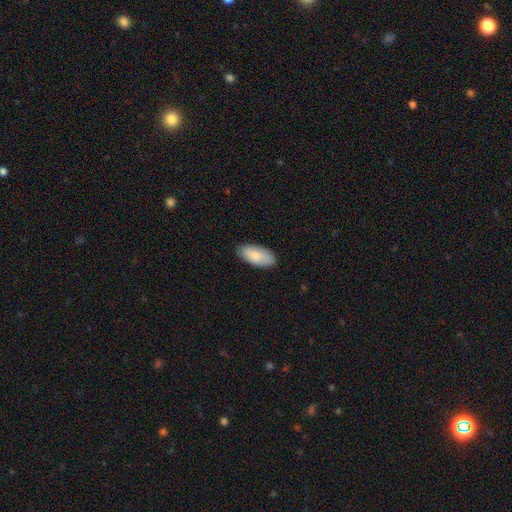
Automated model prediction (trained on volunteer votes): Smooth or featured? Predicted: smooth (p=0.80). How rounded? Predicted: in between (p=0.91). Merging? Predicted: none (p=0.84).